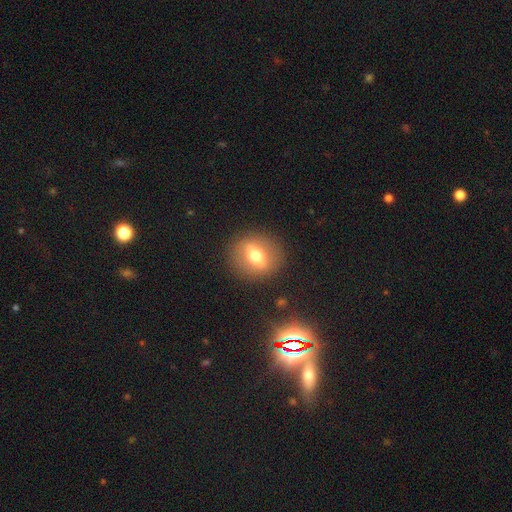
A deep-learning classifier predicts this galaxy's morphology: This appears to be a smooth galaxy with no disk features (51%) that is round (64%). Merging: none (87%).